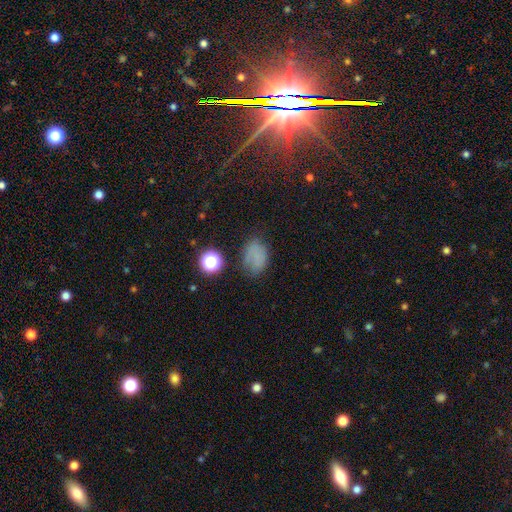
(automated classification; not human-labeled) This appears to be a smooth galaxy with no disk features (68%) that is in between round and cigar-shaped (70%). Merging: none (63%).